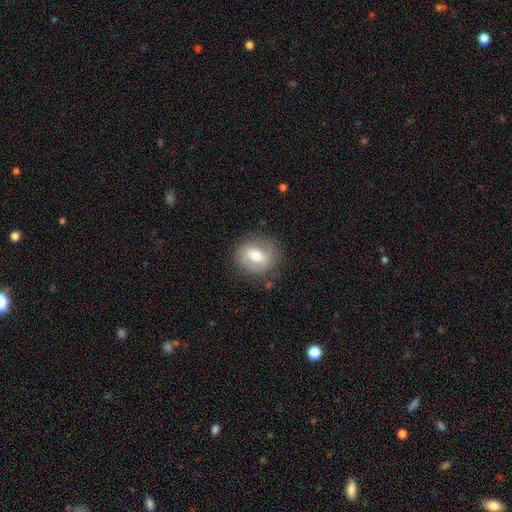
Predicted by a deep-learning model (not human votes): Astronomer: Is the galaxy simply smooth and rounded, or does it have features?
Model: smooth — 59%.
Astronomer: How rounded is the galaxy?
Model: round — 72%.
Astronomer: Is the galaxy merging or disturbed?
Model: none — 80%.